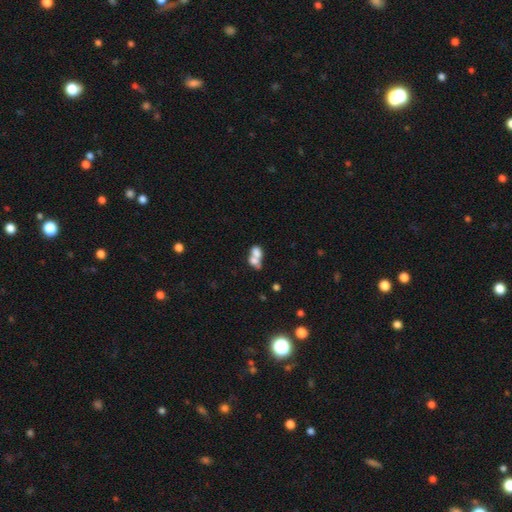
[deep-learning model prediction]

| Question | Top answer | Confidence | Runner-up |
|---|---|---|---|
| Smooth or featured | smooth | 68% | featured or disk (23%) |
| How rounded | in between | 74% | round (23%) |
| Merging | merger | 72% | none (16%) |